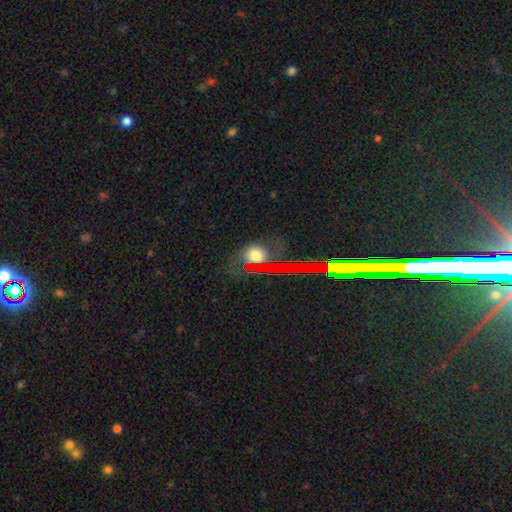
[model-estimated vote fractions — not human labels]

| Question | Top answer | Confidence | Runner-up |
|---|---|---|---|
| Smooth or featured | smooth | 50% | star or artifact (27%) |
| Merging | none | 63% | minor disturbance (20%) |